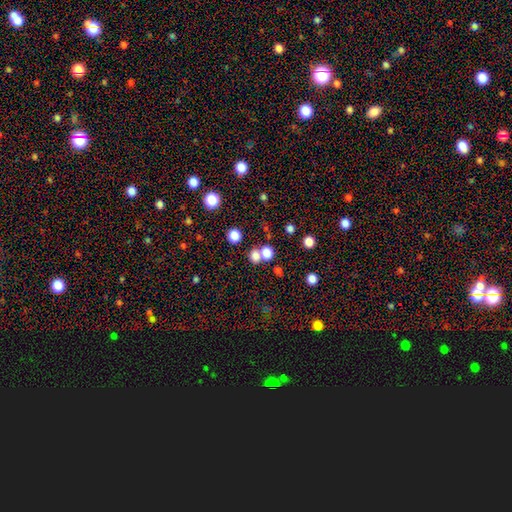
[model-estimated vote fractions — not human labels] Morphology: type=smooth (74%); roundness=round (73%); merging=none (56%).